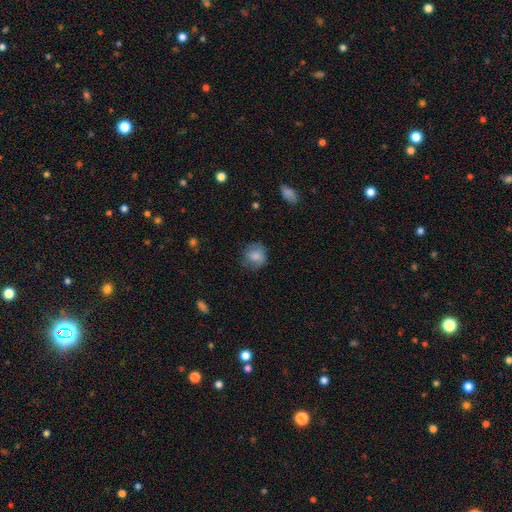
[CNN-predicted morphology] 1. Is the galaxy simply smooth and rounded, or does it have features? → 78% smooth, 13% featured or disk, 8% star or artifact.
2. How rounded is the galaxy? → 77% round, 22% in between, 1% cigar-shaped.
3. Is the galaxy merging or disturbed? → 68% none, 22% minor disturbance, 8% major disturbance, 1% merger.